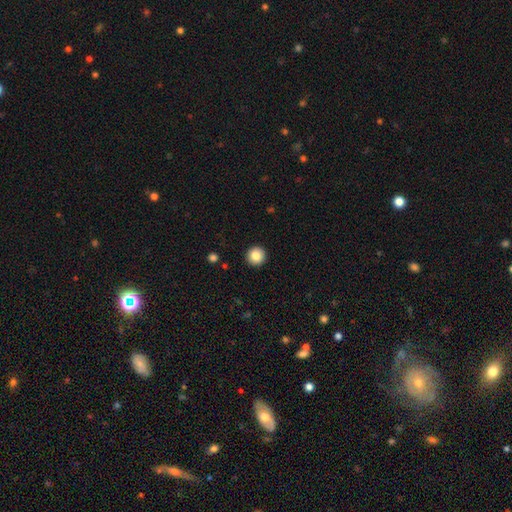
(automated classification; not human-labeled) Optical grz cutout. It shows a smooth galaxy with no disk features (85%) that is round (96%). Merging: none (93%).